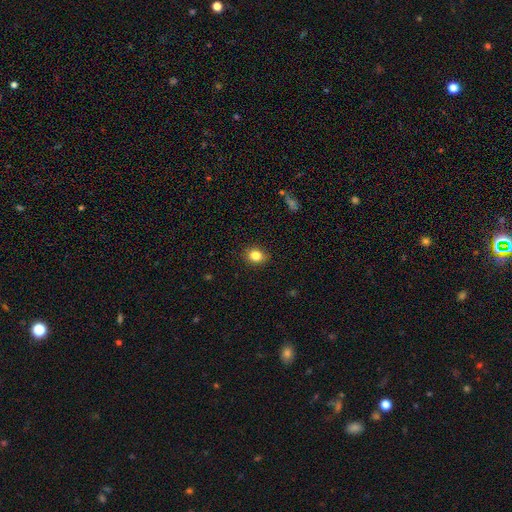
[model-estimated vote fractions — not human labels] Overall: smooth (83%). How rounded: round (60%; in between 39%). Merging: none (88%).